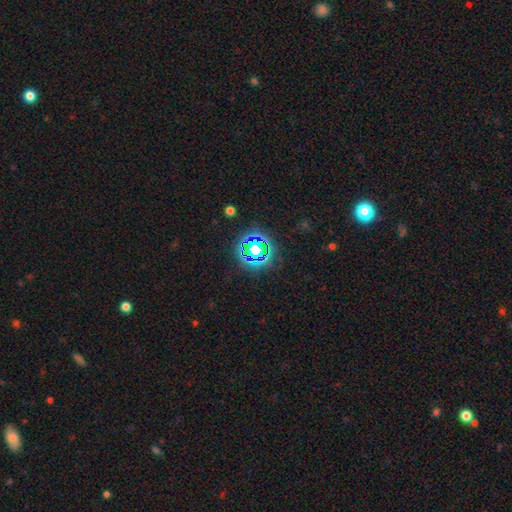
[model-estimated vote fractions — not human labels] This appears to be a star or artifact, not a galaxy (79%).